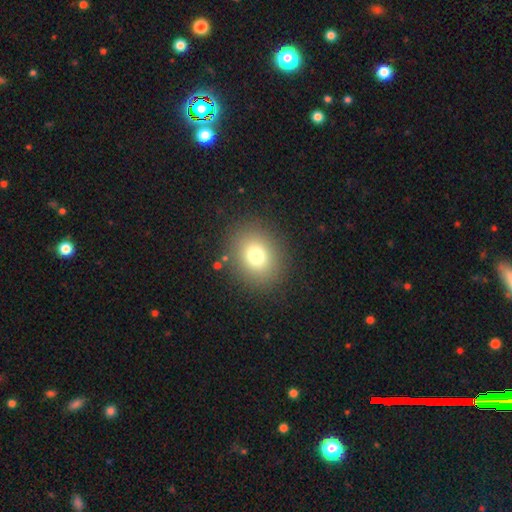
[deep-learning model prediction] Overall: smooth (75%). How rounded: round (70%). Merging: none (87%).